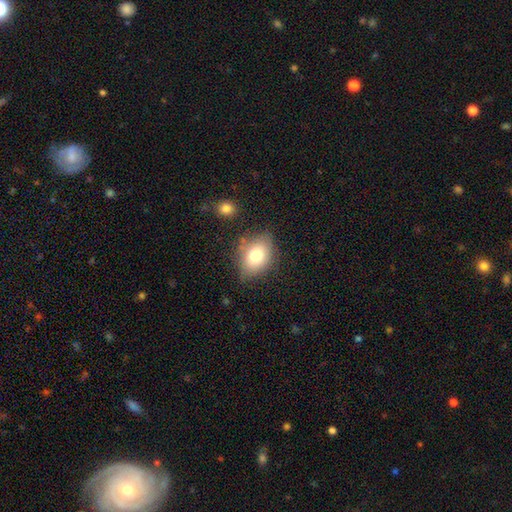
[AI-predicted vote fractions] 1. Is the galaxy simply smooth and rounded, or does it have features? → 76% smooth, 15% featured or disk, 9% star or artifact.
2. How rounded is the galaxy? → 76% in between, 23% round, 2% cigar-shaped.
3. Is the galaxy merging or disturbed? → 71% none, 20% minor disturbance, 5% major disturbance, 4% merger.